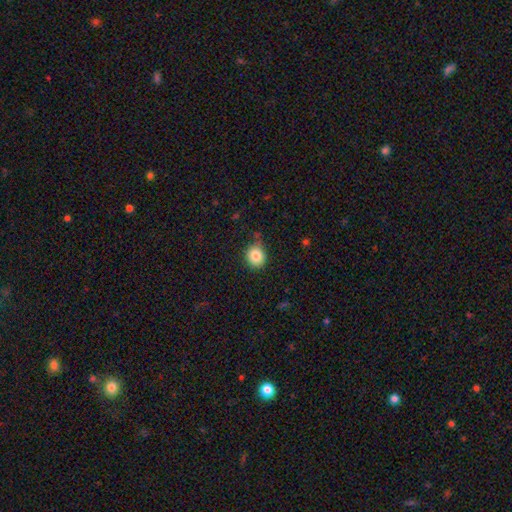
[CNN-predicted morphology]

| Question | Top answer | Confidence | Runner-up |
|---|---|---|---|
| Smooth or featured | smooth | 83% | star or artifact (10%) |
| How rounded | round | 78% | in between (21%) |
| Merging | none | 77% | minor disturbance (17%) |